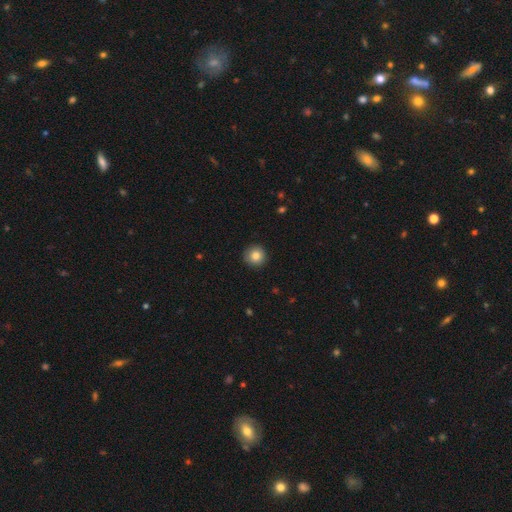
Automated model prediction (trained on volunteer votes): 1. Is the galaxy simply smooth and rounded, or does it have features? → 84% smooth, 9% star or artifact, 7% featured or disk.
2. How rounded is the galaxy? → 95% round, 4% in between, 1% cigar-shaped.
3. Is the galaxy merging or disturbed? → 92% none, 6% minor disturbance, 2% major disturbance, 1% merger.